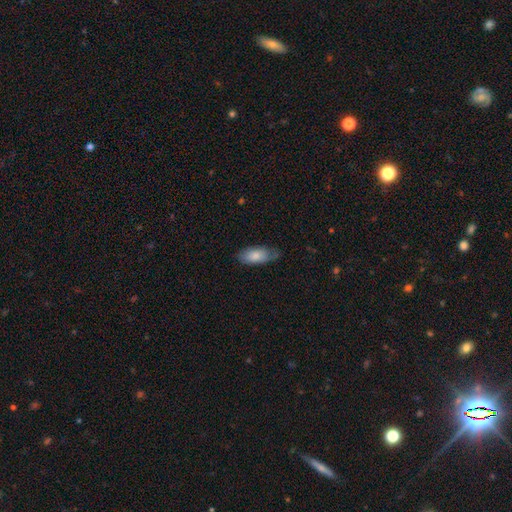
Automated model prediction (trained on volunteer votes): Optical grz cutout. It shows a smooth galaxy with no disk features (80%) that is in between round and cigar-shaped (87%). Merging: none (62%).